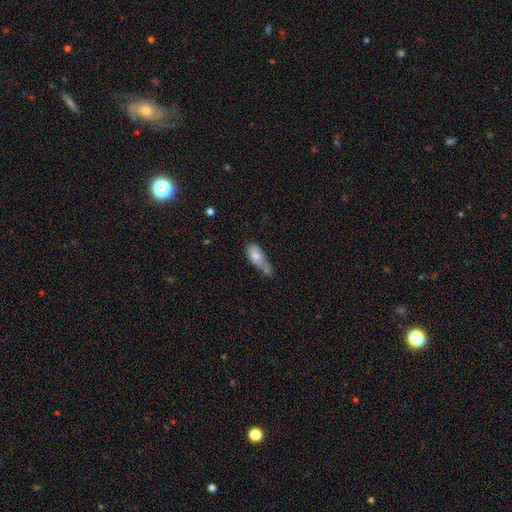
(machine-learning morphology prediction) smooth 73%, featured or disk 20%, star or artifact 8%. Down the decision tree: how rounded — in between (79%); merging — merger (40%).